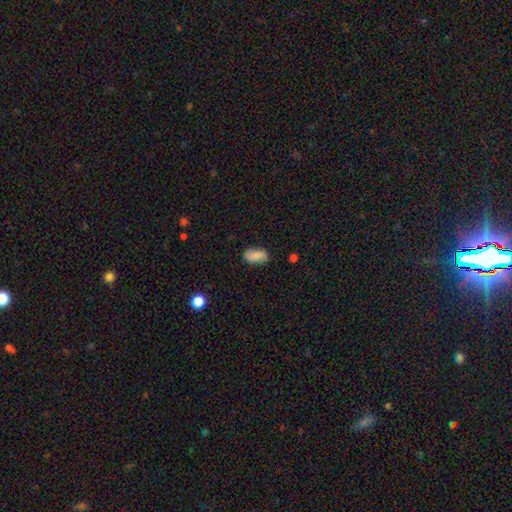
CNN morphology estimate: type=smooth (80%); roundness=in between (91%); merging=none (78%).